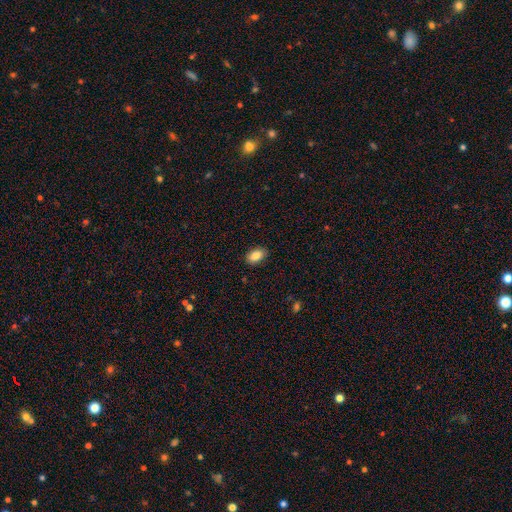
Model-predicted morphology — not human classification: This is clearly a smooth galaxy (87%). How rounded: clearly in between (90%). Merging: clearly none (87%).